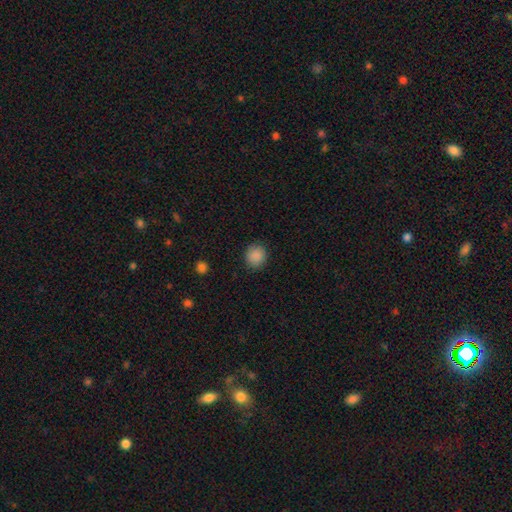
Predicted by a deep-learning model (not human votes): smooth 88%, star or artifact 9%, featured or disk 3%. Down the decision tree: how rounded — round (81%); merging — none (89%).